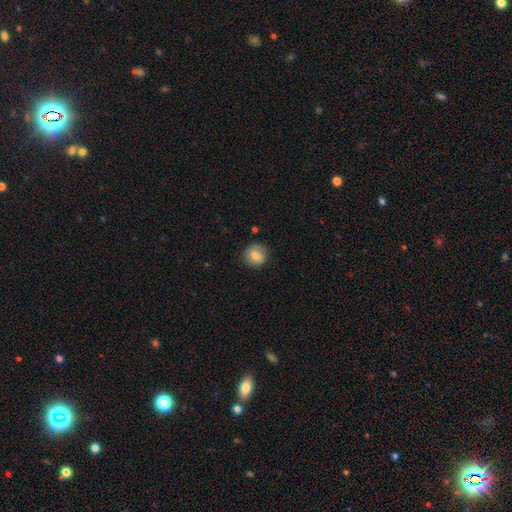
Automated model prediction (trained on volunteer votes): A smooth galaxy with no disk features (73%) that is round (85%). Merging: none (80%).